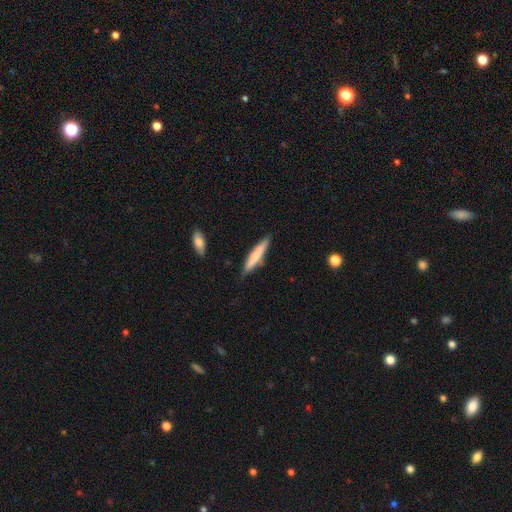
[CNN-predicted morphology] This appears to be a smooth galaxy with no disk features (71%) that is cigar-shaped (91%). Merging: none (82%).